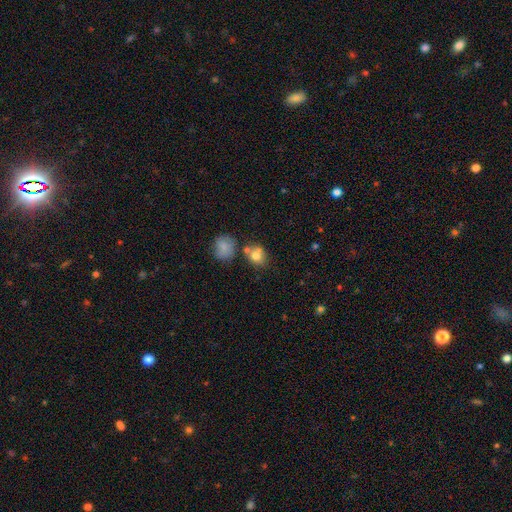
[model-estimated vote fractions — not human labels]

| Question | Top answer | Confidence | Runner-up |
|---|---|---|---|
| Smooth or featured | smooth | 76% | featured or disk (12%) |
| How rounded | round | 65% | in between (34%) |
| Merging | none | 55% | merger (26%) |